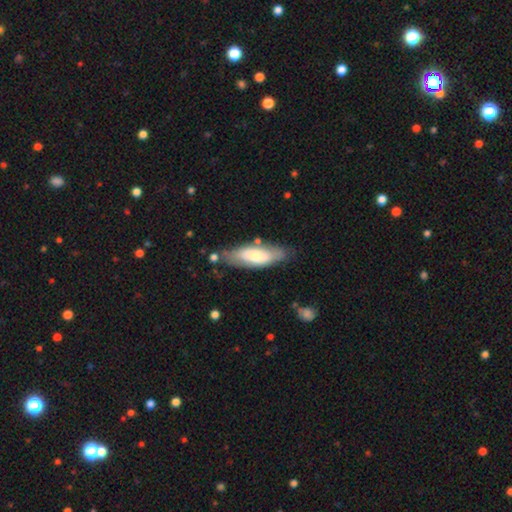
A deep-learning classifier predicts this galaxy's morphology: smooth_or_featured: smooth (p=0.59) [alt: featured or disk p=0.35]
how_rounded: in between (p=0.62) [alt: cigar-shaped p=0.36]
merging: none (p=0.70) [alt: minor disturbance p=0.20]